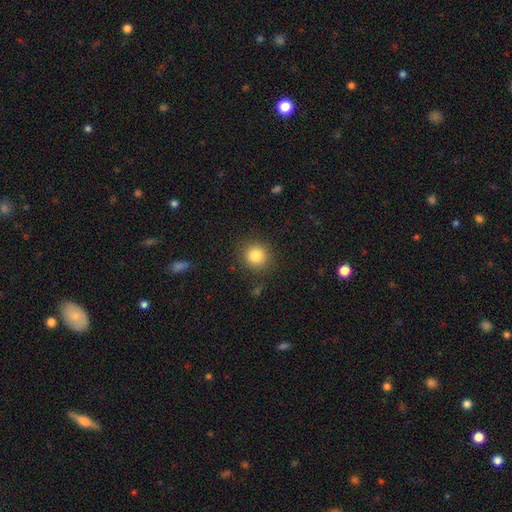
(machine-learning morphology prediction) Q: Smooth or featured?
A: smooth (84%); runner-up: star or artifact (10%)
Q: How rounded?
A: round (90%); runner-up: in between (9%)
Q: Merging?
A: none (88%); runner-up: minor disturbance (8%)